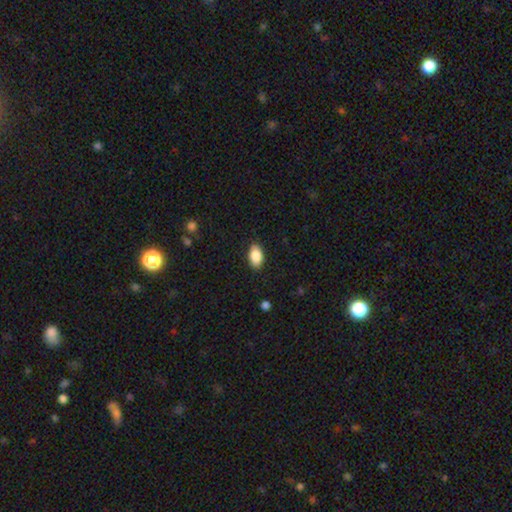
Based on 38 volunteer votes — A smooth galaxy with no disk features (95%) that is in between round and cigar-shaped (94%).

Vote fractions:
- Smooth or featured? smooth: 95% / star or artifact: 5% / featured or disk: 0%
- How rounded? in between: 94% / round: 3% / cigar-shaped: 3%
- Merging? none: 89% / minor disturbance: 6% / major disturbance: 6% / merger: 0%